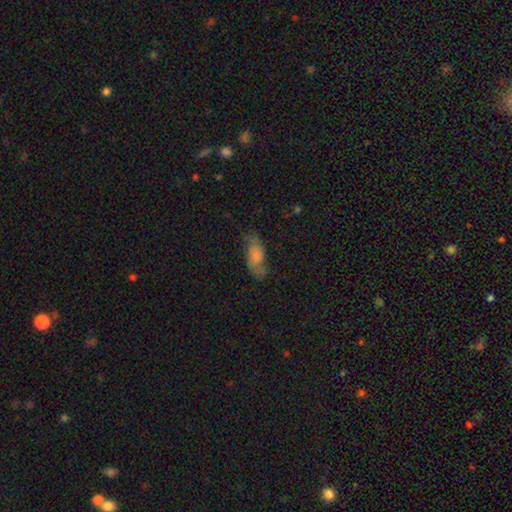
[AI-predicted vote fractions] Smooth or featured?
  - smooth: 62% *
  - featured or disk: 30%
  - star or artifact: 8%
How rounded?
  - in between: 83% *
  - cigar-shaped: 13%
  - round: 3%
Merging?
  - none: 62% *
  - minor disturbance: 25%
  - major disturbance: 11%
  - merger: 2%